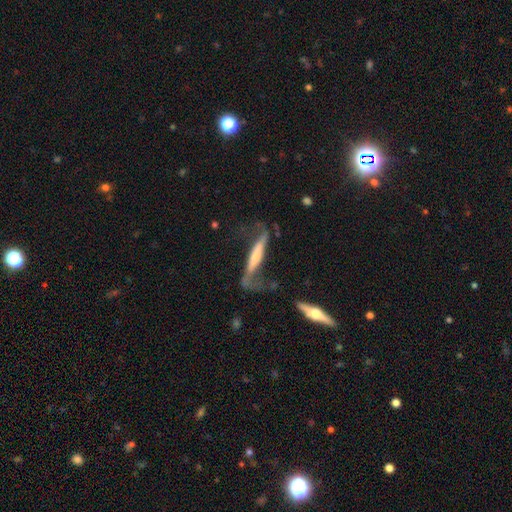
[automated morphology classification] Q: Smooth or featured?
A: featured or disk (60%); runner-up: smooth (33%)
Q: Edge-on disk?
A: yes (66%); runner-up: no (34%)
Q: Merging?
A: none (37%); runner-up: major disturbance (33%)